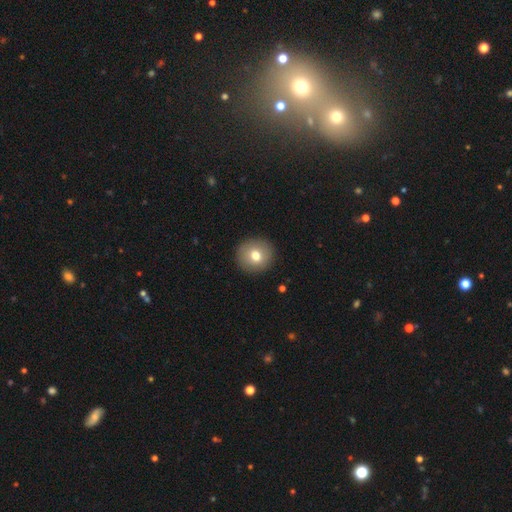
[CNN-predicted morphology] Smooth or featured?
  - smooth: 75% *
  - featured or disk: 16%
  - star or artifact: 9%
How rounded?
  - round: 92% *
  - in between: 7%
  - cigar-shaped: 1%
Merging?
  - none: 92% *
  - minor disturbance: 5%
  - major disturbance: 2%
  - merger: 1%